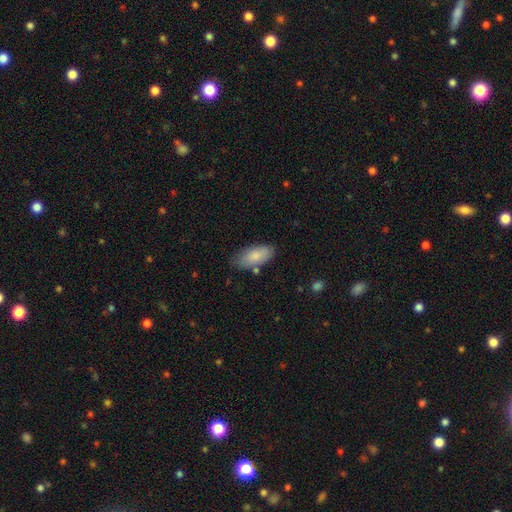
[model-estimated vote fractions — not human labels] smooth 82%, featured or disk 12%, star or artifact 6%. Down the decision tree: how rounded — in between (91%); merging — none (74%).